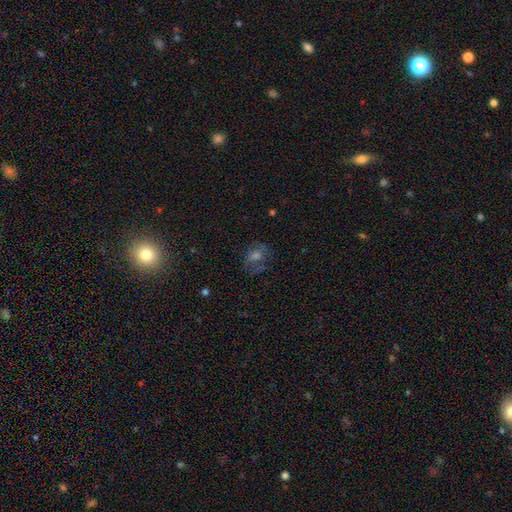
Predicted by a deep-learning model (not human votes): A featured or disk galaxy (35%, tied with smooth). Merging: none (67%).